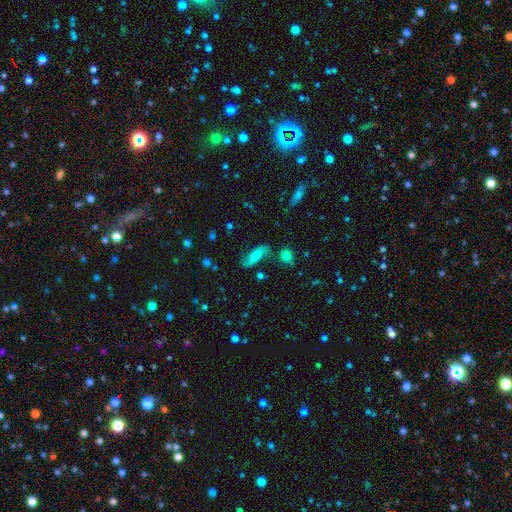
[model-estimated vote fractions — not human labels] Smooth or featured: smooth — 48% (featured or disk — 42%)
Merging: none — 68% (minor disturbance — 19%)